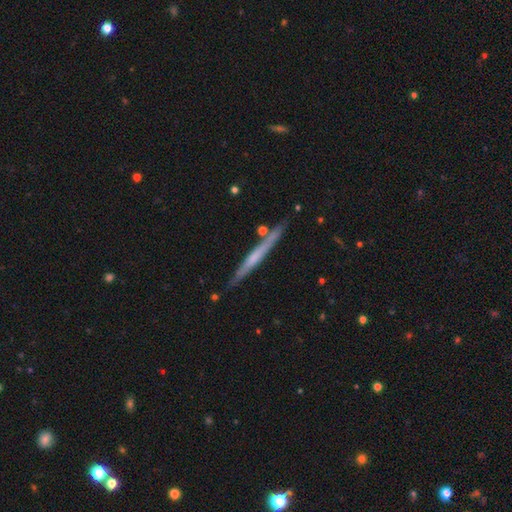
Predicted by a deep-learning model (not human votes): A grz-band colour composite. It shows a featured or disk galaxy (57%) viewed edge-on (96%) with no central bulge (73%). Merging: none (84%).